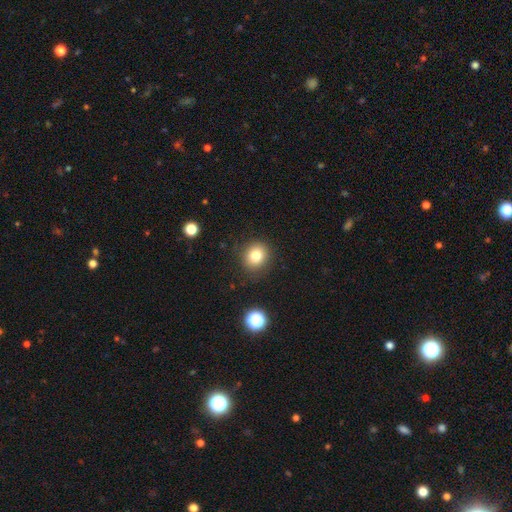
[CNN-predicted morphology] Smooth or featured?
  - smooth: 79% *
  - star or artifact: 13%
  - featured or disk: 8%
How rounded?
  - round: 83% *
  - in between: 17%
  - cigar-shaped: 1%
Merging?
  - none: 87% *
  - minor disturbance: 9%
  - major disturbance: 3%
  - merger: 2%